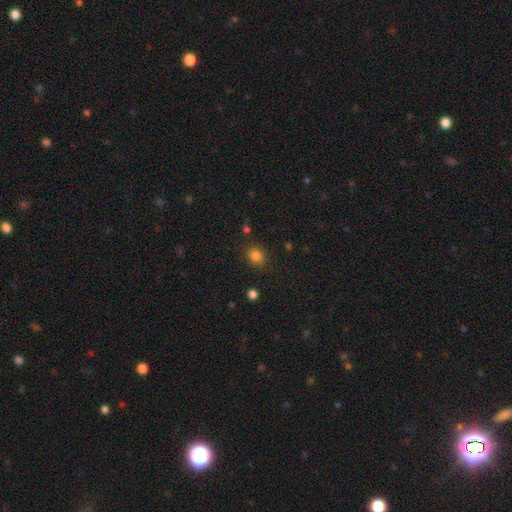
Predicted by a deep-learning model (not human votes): This appears to be a smooth galaxy with no disk features (82%) that is round (74%). Merging: none (86%).